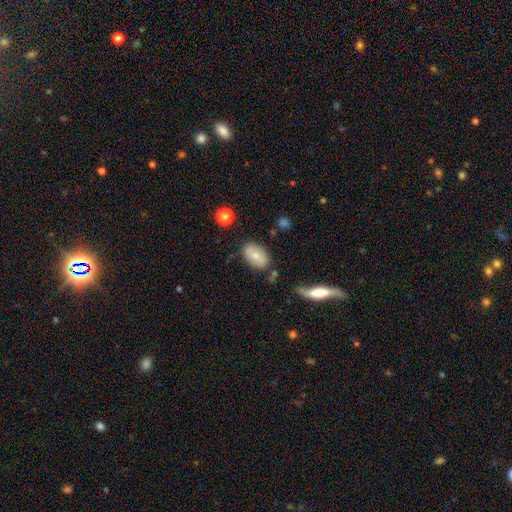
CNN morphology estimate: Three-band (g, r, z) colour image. It shows a smooth galaxy with no disk features (70%) that is in between round and cigar-shaped (90%). Merging: none (76%).